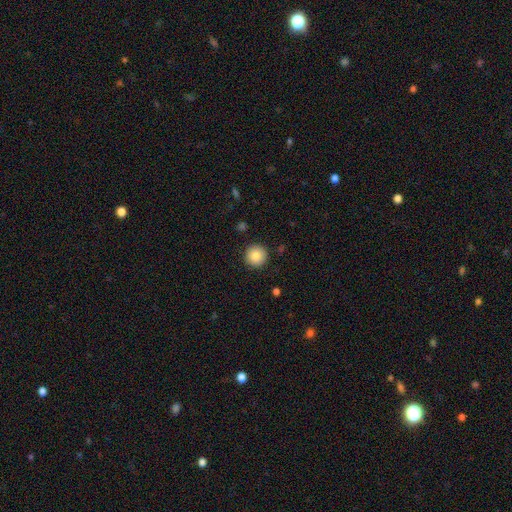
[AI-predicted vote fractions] smooth-or-featured: smooth: 86% | star or artifact: 9% | featured or disk: 5%
  how-rounded: round: 96% | in between: 3% | cigar-shaped: 1%
  merging: none: 91% | minor disturbance: 6% | major disturbance: 2% | merger: 1%